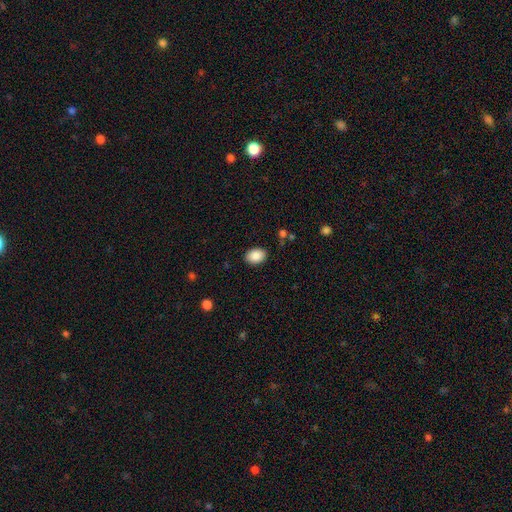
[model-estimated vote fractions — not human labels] Smooth or featured?
  - smooth: 89% *
  - star or artifact: 7%
  - featured or disk: 4%
How rounded?
  - in between: 79% *
  - round: 20%
  - cigar-shaped: 1%
Merging?
  - none: 87% *
  - minor disturbance: 9%
  - major disturbance: 2%
  - merger: 1%